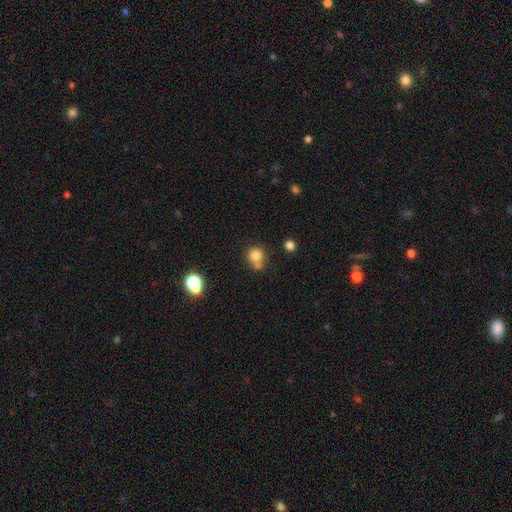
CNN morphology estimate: smooth-or-featured: smooth: 79% | star or artifact: 13% | featured or disk: 8%
  how-rounded: round: 87% | in between: 12% | cigar-shaped: 1%
  merging: none: 54% | merger: 30% | minor disturbance: 12% | major disturbance: 4%